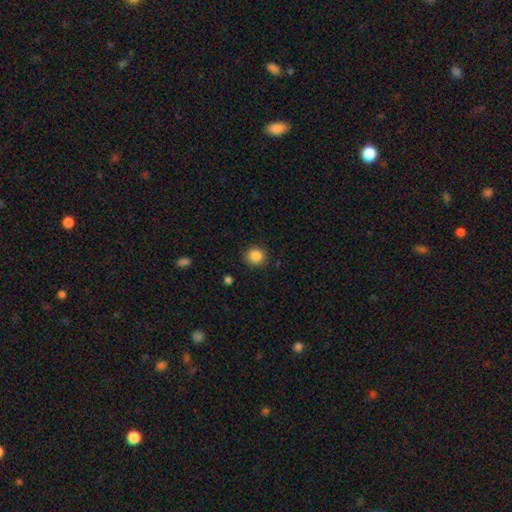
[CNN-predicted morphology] Smooth or featured? smooth (87%)
How rounded? round (90%)
Merging? none (88%)